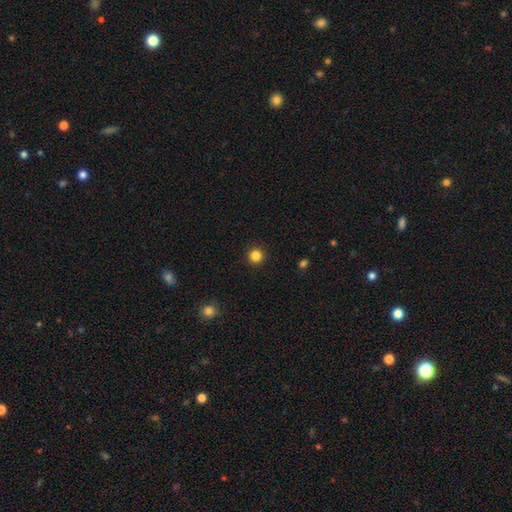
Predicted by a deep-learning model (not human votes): smooth 85%, star or artifact 12%, featured or disk 4%. Down the decision tree: how rounded — round (96%); merging — none (93%).